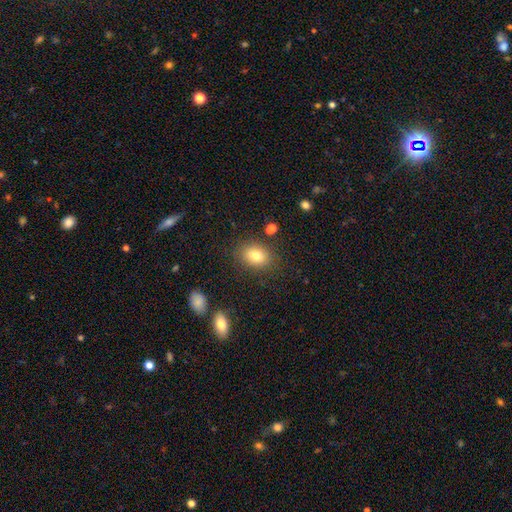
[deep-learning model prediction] A smooth galaxy with no disk features (79%) that is in between round and cigar-shaped (64%).

Vote fractions:
- Smooth or featured? smooth: 79% / star or artifact: 11% / featured or disk: 10%
- How rounded? in between: 64% / round: 35% / cigar-shaped: 1%
- Merging? none: 83% / minor disturbance: 11% / major disturbance: 4% / merger: 3%